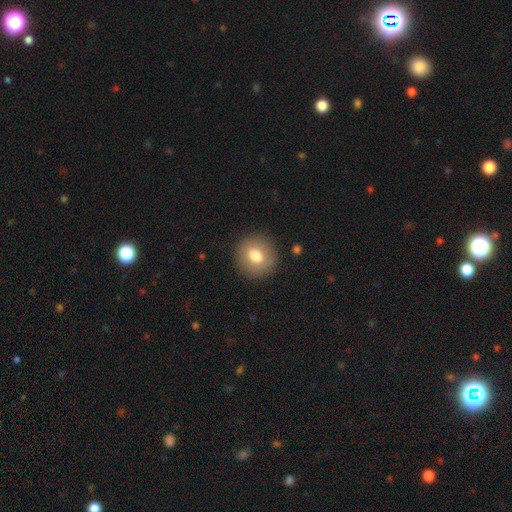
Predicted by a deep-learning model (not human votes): Morphology: type=smooth (76%); roundness=round (89%); merging=none (89%).